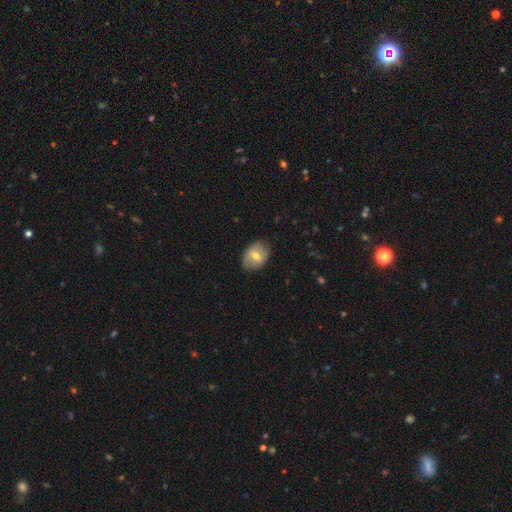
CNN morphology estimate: The model was most divided on "smooth or featured": smooth: 62%, featured or disk: 31%, star or artifact: 7%. More confident: merging — none (82%); how rounded — in between (73%).